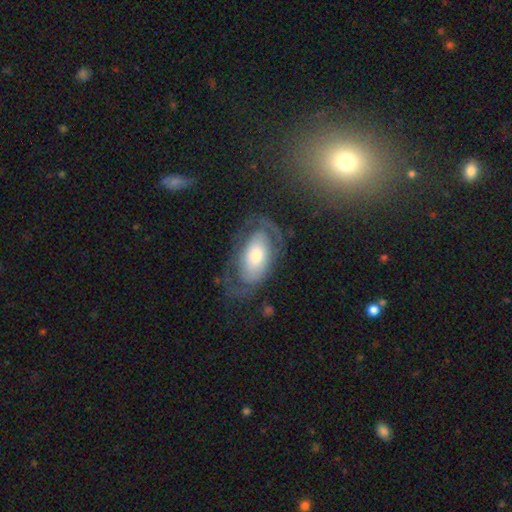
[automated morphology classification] This is likely a featured or disk galaxy (64%). It is clearly not viewed edge-on (93%). Bar: likely no (75%). Spiral arm pattern: likely yes (74%). Central bulge: possibly moderate (48%). Merging: possibly none (57%).